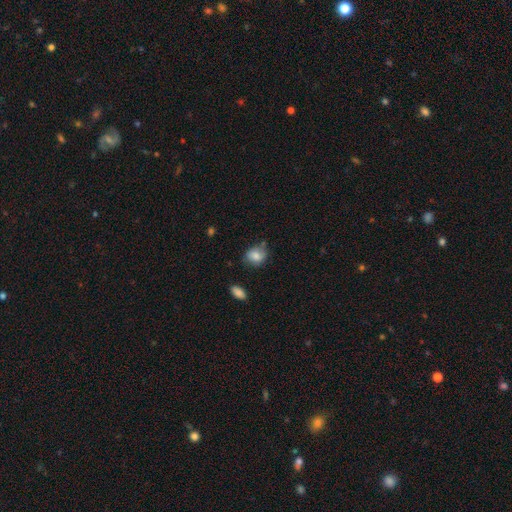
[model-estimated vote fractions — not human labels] A smooth galaxy with no disk features (79%) that is round (54%). Merging: none (60%).